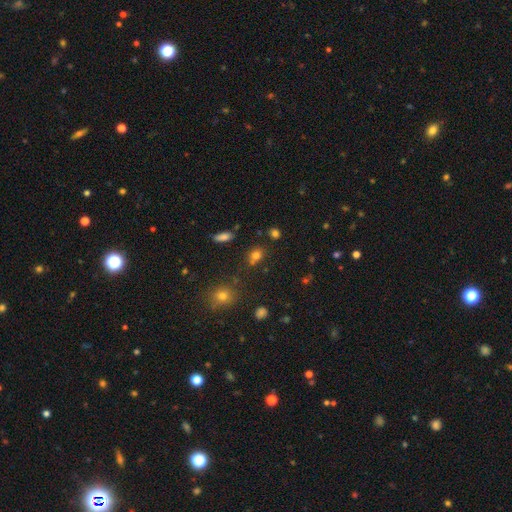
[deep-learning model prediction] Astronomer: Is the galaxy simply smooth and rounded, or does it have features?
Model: smooth — 75%.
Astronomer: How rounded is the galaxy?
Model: round — 60% (runner-up: in between, 39%).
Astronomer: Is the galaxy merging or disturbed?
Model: none — 66%.